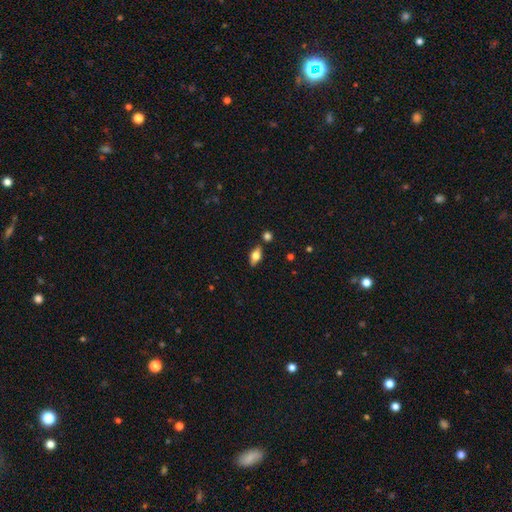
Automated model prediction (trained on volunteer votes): Morphology: type=smooth (52%); roundness=in between (77%); merging=none (80%).